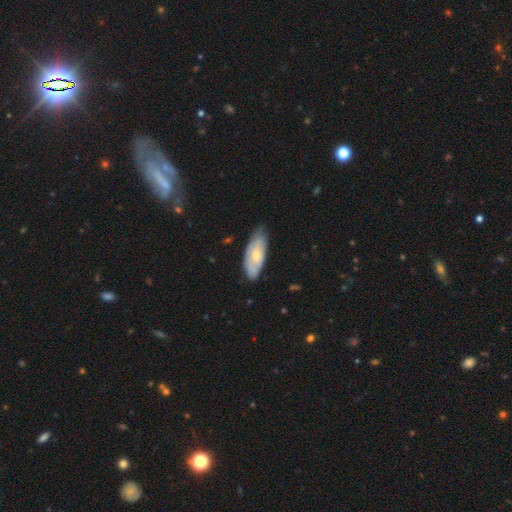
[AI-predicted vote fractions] Smooth or featured? smooth (59%)
How rounded? in between (80%)
Merging? none (65%)